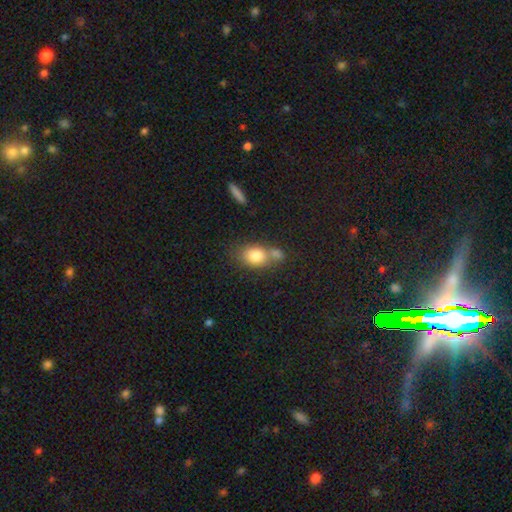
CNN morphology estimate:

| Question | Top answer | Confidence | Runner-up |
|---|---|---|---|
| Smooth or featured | smooth | 79% | featured or disk (12%) |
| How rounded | in between | 62% | round (36%) |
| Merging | none | 43% | merger (38%) |